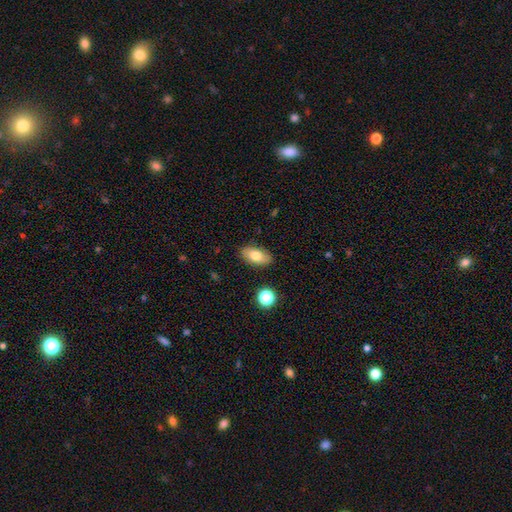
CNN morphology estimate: Smooth or featured?
  - smooth: 77% *
  - featured or disk: 15%
  - star or artifact: 8%
How rounded?
  - in between: 90% *
  - round: 5%
  - cigar-shaped: 4%
Merging?
  - none: 86% *
  - minor disturbance: 10%
  - major disturbance: 2%
  - merger: 2%